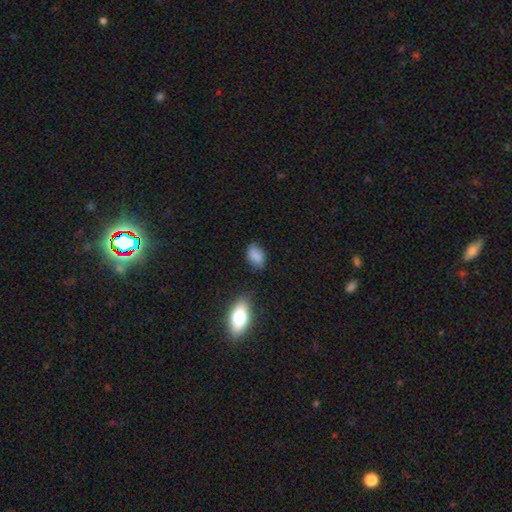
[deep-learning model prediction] Q: Smooth or featured?
A: smooth (84%); runner-up: star or artifact (9%)
Q: How rounded?
A: in between (87%); runner-up: round (11%)
Q: Merging?
A: none (70%); runner-up: minor disturbance (22%)